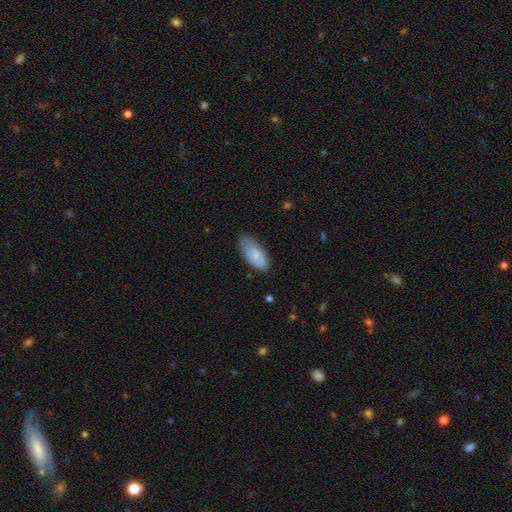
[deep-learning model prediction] This is likely a smooth galaxy (78%). How rounded: clearly in between (86%). Merging: likely none (62%).